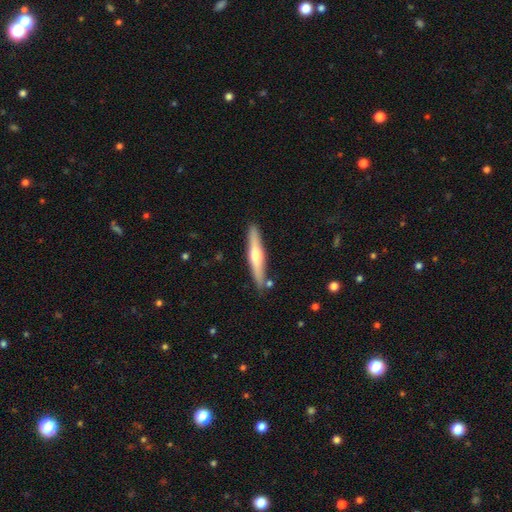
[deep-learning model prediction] smooth_or_featured: featured or disk (p=0.55) [alt: smooth p=0.40]
disk_edge_on: yes (p=0.95) [alt: no p=0.05]
edge_on_bulge: rounded (p=0.86) [alt: none p=0.10]
merging: none (p=0.87) [alt: minor disturbance p=0.09]